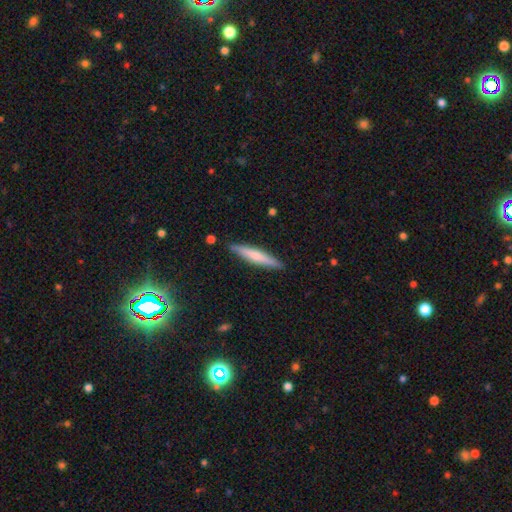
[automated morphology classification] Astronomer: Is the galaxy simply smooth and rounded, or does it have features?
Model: smooth — 60%.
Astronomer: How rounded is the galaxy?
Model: cigar-shaped — 92%.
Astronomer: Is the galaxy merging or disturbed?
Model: none — 89%.